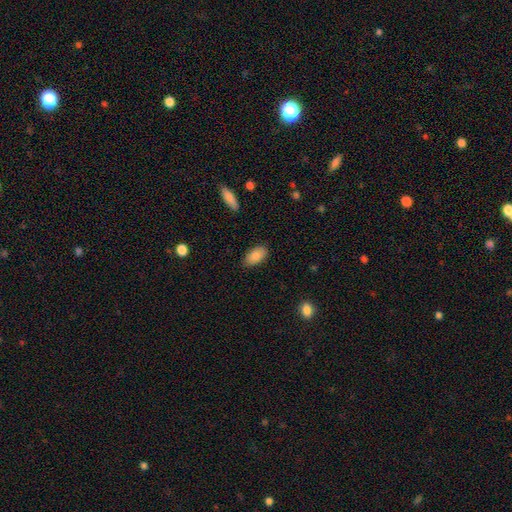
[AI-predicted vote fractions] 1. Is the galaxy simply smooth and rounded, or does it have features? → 85% smooth, 9% featured or disk, 7% star or artifact.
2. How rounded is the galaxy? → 93% in between, 3% round, 3% cigar-shaped.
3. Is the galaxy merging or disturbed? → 85% none, 11% minor disturbance, 2% major disturbance, 1% merger.